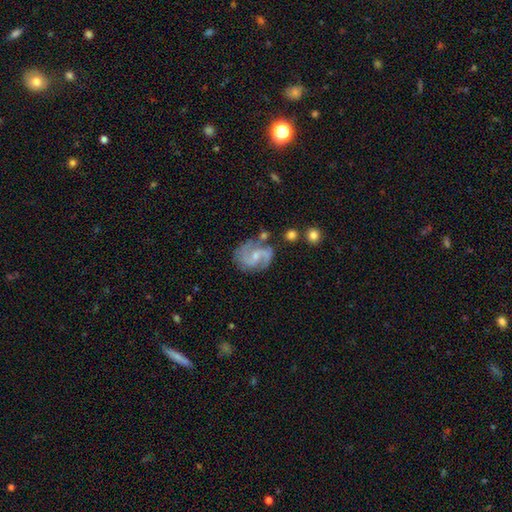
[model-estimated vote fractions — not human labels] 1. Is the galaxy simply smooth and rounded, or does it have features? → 85% featured or disk, 9% smooth, 6% star or artifact.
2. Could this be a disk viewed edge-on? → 98% no, 2% yes.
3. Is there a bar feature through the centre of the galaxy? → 49% weak, 40% no, 11% strong.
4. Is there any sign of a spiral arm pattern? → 96% yes, 4% no.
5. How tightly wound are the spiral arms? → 52% medium, 29% loose, 19% tight.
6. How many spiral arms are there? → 88% 2, 5% can't tell, 3% 3, 2% 1, 1% 4, 1% more than 4.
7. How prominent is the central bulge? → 60% small, 32% moderate, 5% none, 1% large, 1% dominant.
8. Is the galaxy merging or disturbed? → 67% none, 20% minor disturbance, 8% major disturbance, 6% merger.